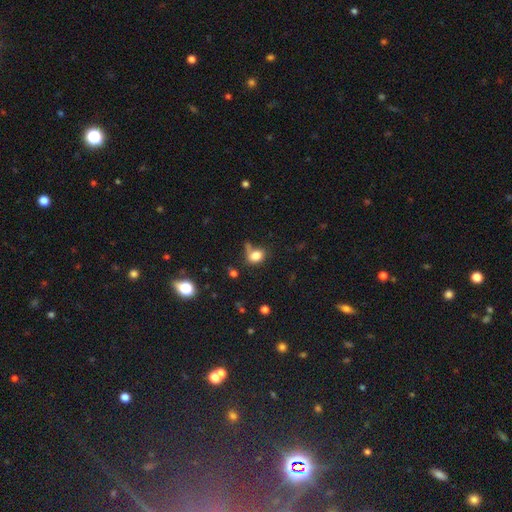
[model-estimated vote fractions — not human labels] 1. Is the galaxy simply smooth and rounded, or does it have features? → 81% smooth, 11% star or artifact, 8% featured or disk.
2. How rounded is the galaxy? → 64% in between, 34% round, 2% cigar-shaped.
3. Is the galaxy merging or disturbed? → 50% none, 22% minor disturbance, 17% merger, 11% major disturbance.